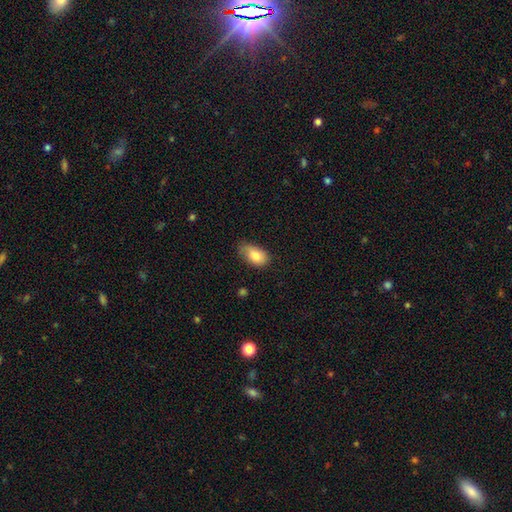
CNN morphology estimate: Smooth or featured? Predicted: smooth (p=0.80). How rounded? Predicted: in between (p=0.90). Merging? Predicted: none (p=0.53).